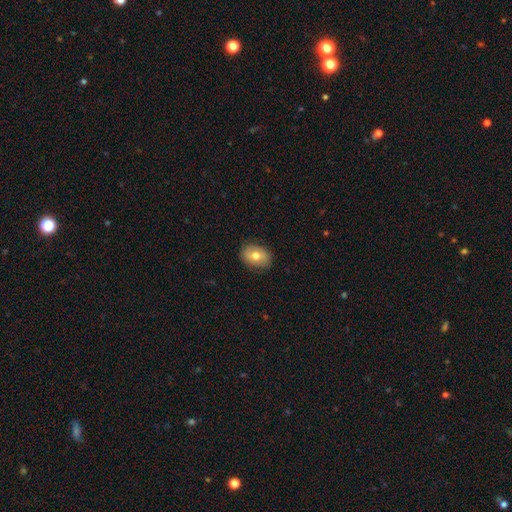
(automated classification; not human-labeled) Smooth or featured?
  - smooth: 71% *
  - featured or disk: 22%
  - star or artifact: 8%
How rounded?
  - in between: 71% *
  - round: 28%
  - cigar-shaped: 1%
Merging?
  - none: 85% *
  - minor disturbance: 11%
  - major disturbance: 3%
  - merger: 1%